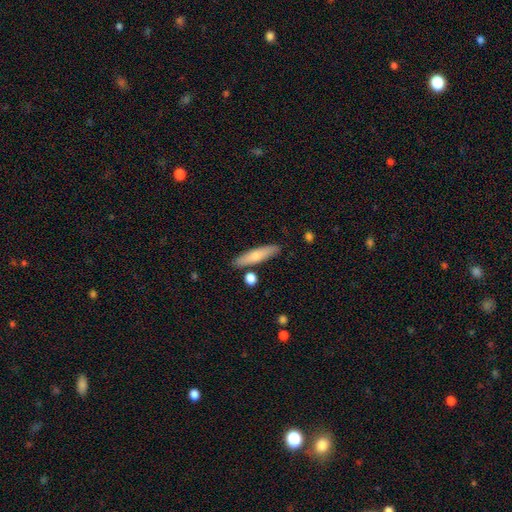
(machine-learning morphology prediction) The model was most divided on "smooth or featured": smooth: 66%, featured or disk: 28%, star or artifact: 6%. More confident: merging — none (84%); how rounded — cigar-shaped (78%).